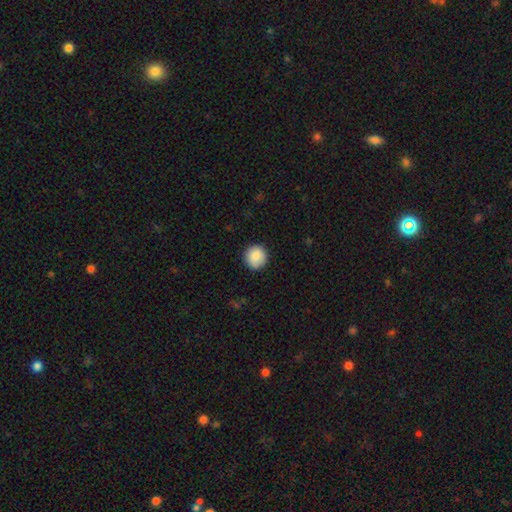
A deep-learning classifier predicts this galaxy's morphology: A smooth galaxy with no disk features (86%) that is round (93%). Merging: none (87%).